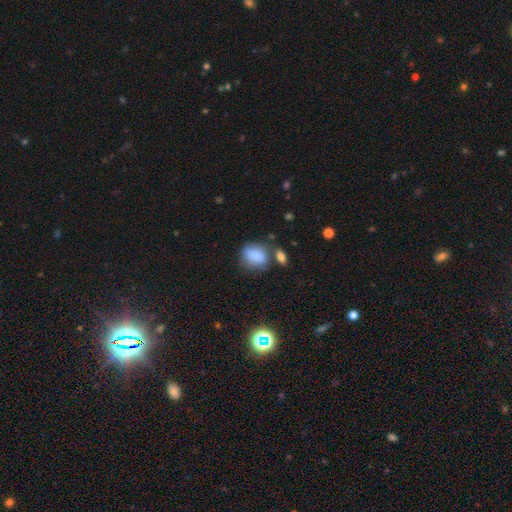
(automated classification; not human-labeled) smooth-or-featured: smooth: 83% | star or artifact: 9% | featured or disk: 8%
  how-rounded: in between: 57% | round: 41% | cigar-shaped: 2%
  merging: none: 52% | minor disturbance: 25% | merger: 15% | major disturbance: 9%